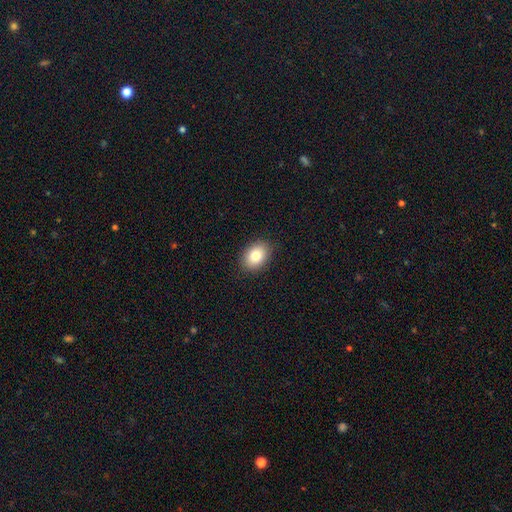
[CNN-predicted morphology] This is clearly a smooth galaxy (82%). How rounded: likely in between (79%). Merging: clearly none (89%).